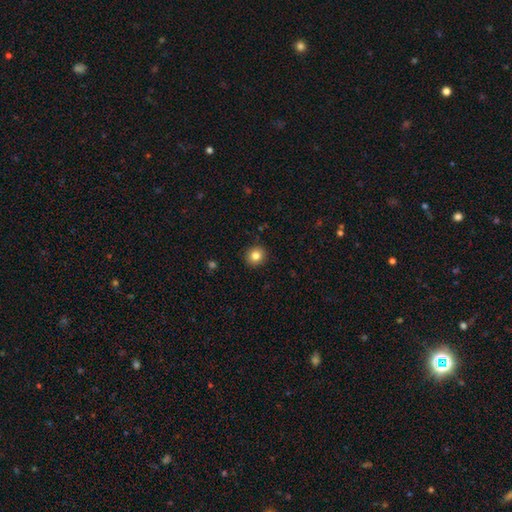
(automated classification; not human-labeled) Smooth or featured?
  - smooth: 83% *
  - star or artifact: 11%
  - featured or disk: 6%
How rounded?
  - round: 87% *
  - in between: 12%
  - cigar-shaped: 1%
Merging?
  - none: 91% *
  - minor disturbance: 6%
  - major disturbance: 2%
  - merger: 1%